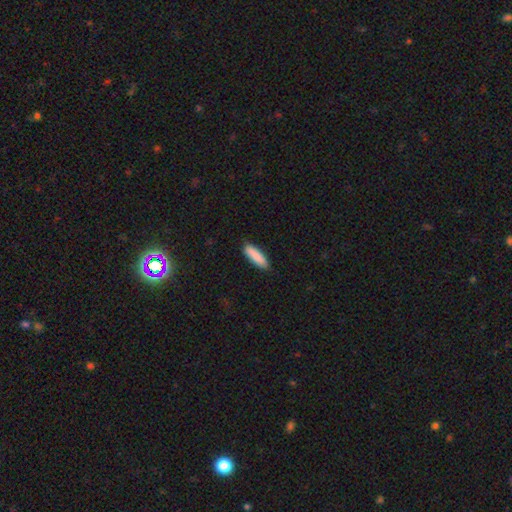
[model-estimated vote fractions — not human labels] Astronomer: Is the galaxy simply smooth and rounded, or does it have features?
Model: smooth — 88%.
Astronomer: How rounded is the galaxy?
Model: cigar-shaped — 64%.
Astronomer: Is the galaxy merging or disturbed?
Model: none — 87%.